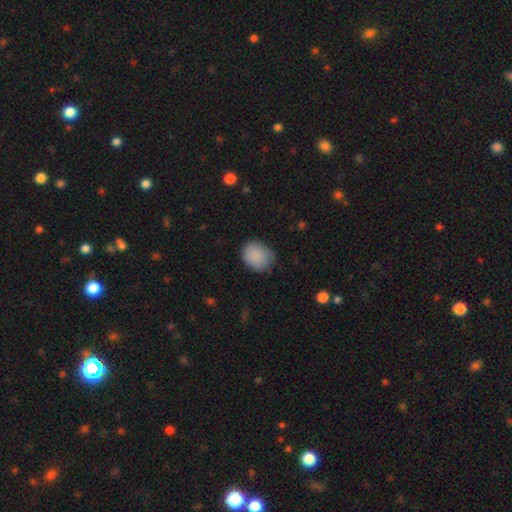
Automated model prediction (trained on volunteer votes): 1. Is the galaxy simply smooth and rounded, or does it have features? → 88% smooth, 7% star or artifact, 5% featured or disk.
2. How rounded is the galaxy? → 51% in between, 49% round, 1% cigar-shaped.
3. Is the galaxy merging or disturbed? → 70% none, 24% minor disturbance, 5% major disturbance, 1% merger.